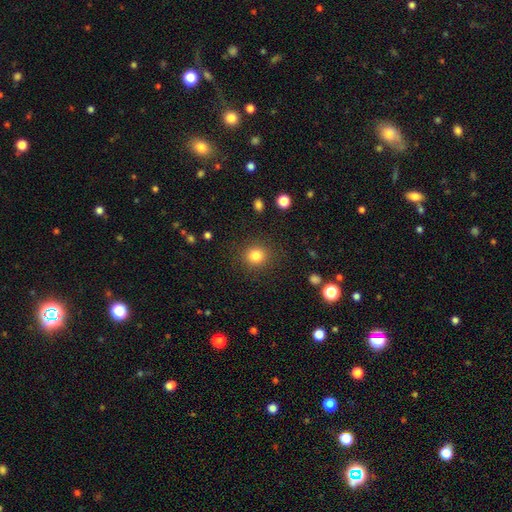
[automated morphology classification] smooth_or_featured: smooth (p=0.82) [alt: star or artifact p=0.12]
how_rounded: round (p=0.86) [alt: in between p=0.13]
merging: none (p=0.88) [alt: minor disturbance p=0.08]